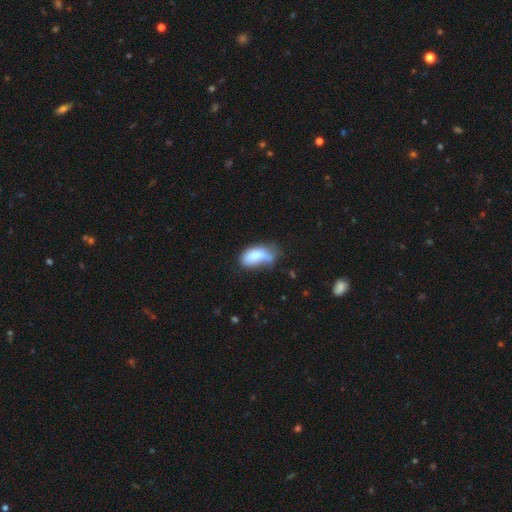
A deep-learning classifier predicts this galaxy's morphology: Smooth or featured?
  - smooth: 75% *
  - featured or disk: 17%
  - star or artifact: 8%
How rounded?
  - in between: 91% *
  - cigar-shaped: 5%
  - round: 4%
Merging?
  - minor disturbance: 32% *
  - major disturbance: 28%
  - none: 26%
  - merger: 13%